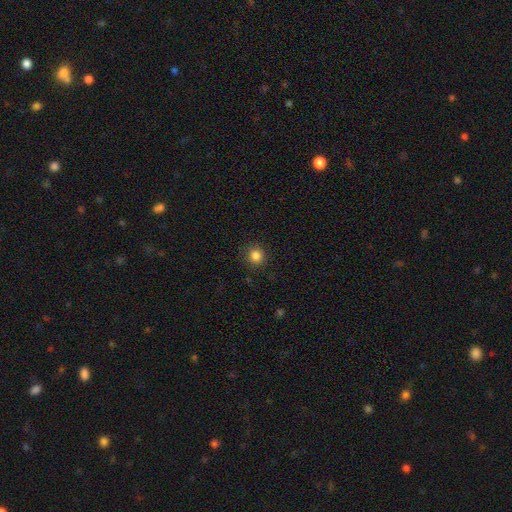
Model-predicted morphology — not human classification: Q: Smooth or featured?
A: smooth (85%); runner-up: star or artifact (11%)
Q: How rounded?
A: round (91%); runner-up: in between (8%)
Q: Merging?
A: none (90%); runner-up: minor disturbance (7%)